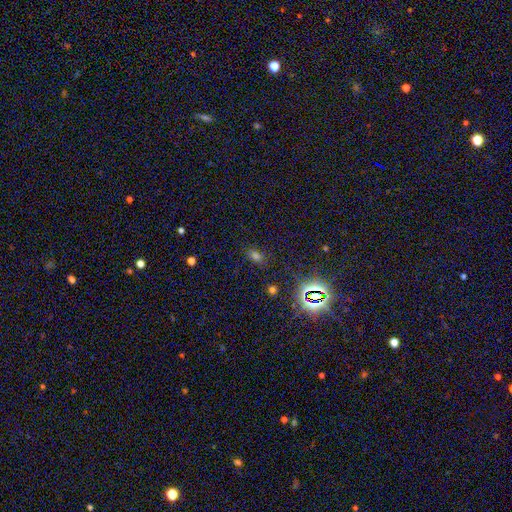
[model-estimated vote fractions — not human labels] Smooth or featured? smooth (54%)
How rounded? in between (80%)
Merging? none (81%)